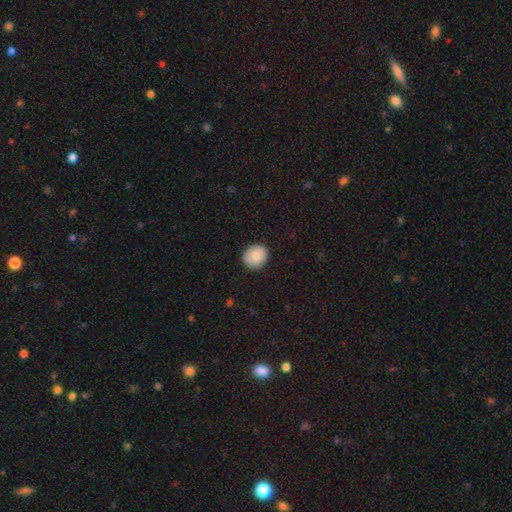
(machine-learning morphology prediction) Smooth or featured? Predicted: smooth (p=0.81). How rounded? Predicted: round (p=0.77). Merging? Predicted: none (p=0.87).